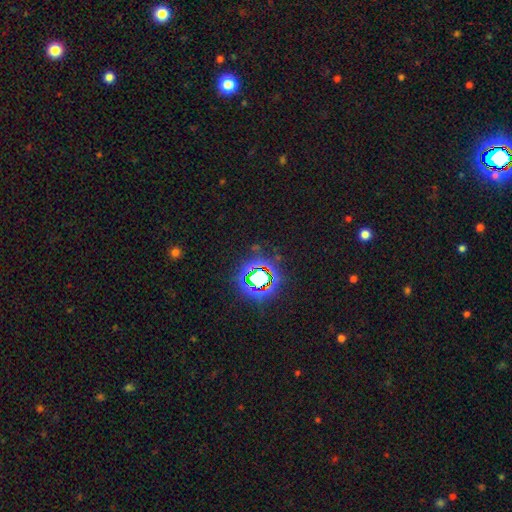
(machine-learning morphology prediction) Smooth or featured? Predicted: star or artifact (p=0.82).